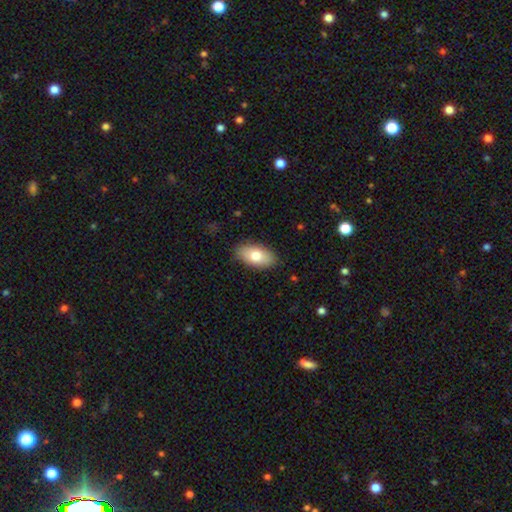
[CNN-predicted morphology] Smooth or featured: smooth — 75% (featured or disk — 18%)
How rounded: in between — 93% (round — 4%)
Merging: none — 86% (minor disturbance — 10%)